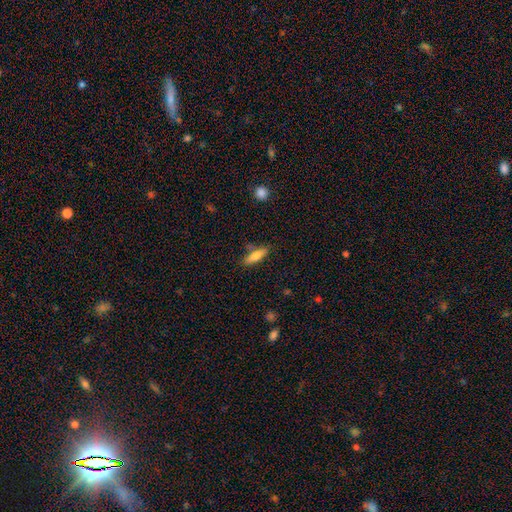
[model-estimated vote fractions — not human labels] Overall: smooth (75%). How rounded: cigar-shaped (55%; in between 42%). Merging: none (73%).